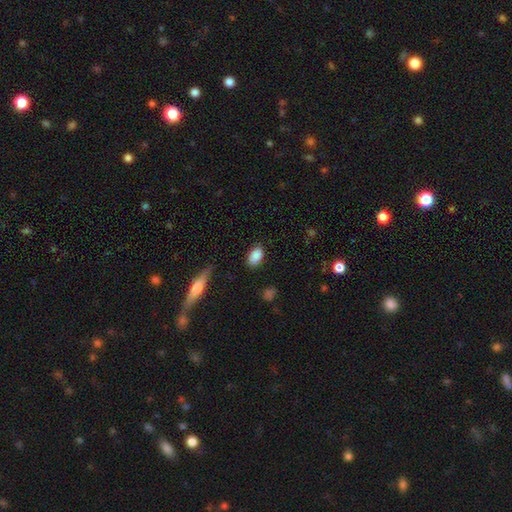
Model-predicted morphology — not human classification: Smooth or featured? smooth (87%)
How rounded? in between (89%)
Merging? none (81%)